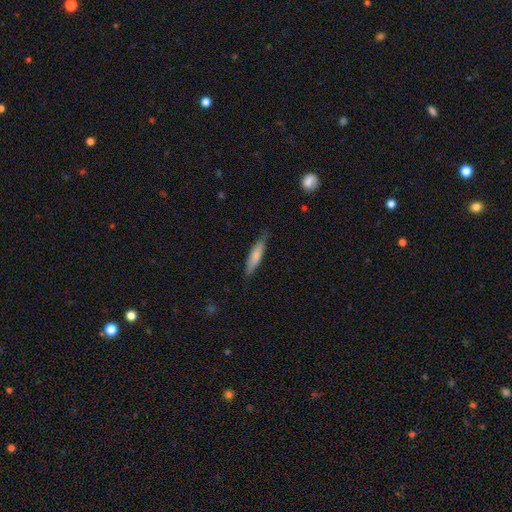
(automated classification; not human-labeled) smooth-or-featured: smooth: 76% | featured or disk: 18% | star or artifact: 5%
  how-rounded: cigar-shaped: 75% | in between: 24% | round: 1%
  merging: none: 77% | minor disturbance: 19% | major disturbance: 3% | merger: 1%